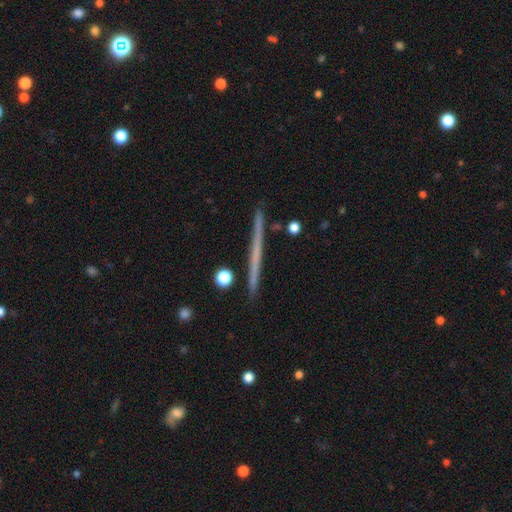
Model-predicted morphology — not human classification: Smooth or featured? Predicted: featured or disk (p=0.60). Edge-on disk? Predicted: yes (p=0.97). Edge-on bulge? Predicted: none (p=0.74). Merging? Predicted: none (p=0.88).